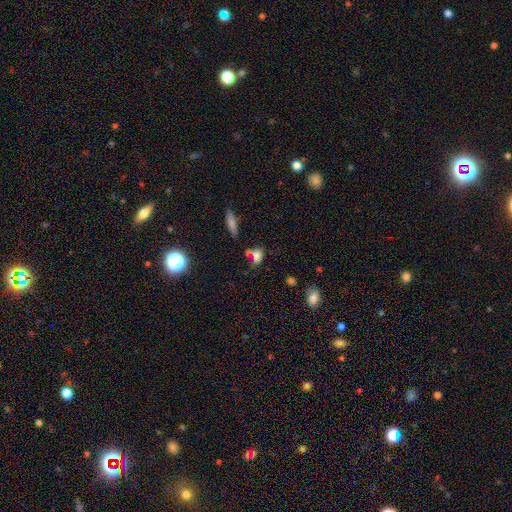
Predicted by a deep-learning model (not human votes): Smooth or featured? Predicted: smooth (p=0.75). How rounded? Predicted: in between (p=0.65). Merging? Predicted: none (p=0.43).